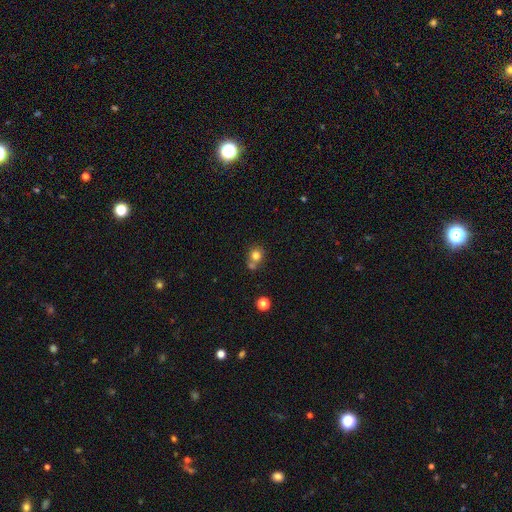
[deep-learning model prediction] A smooth galaxy with no disk features (78%) that is round (82%).

Vote fractions:
- Smooth or featured? smooth: 78% / star or artifact: 13% / featured or disk: 10%
- How rounded? round: 82% / in between: 17% / cigar-shaped: 1%
- Merging? none: 51% / merger: 35% / minor disturbance: 10% / major disturbance: 4%